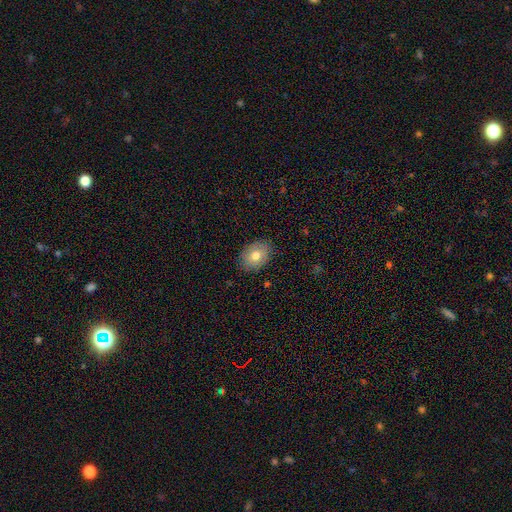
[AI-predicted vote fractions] The model was most divided on "how rounded": in between: 74%, round: 25%, cigar-shaped: 1%. More confident: merging — none (85%); smooth or featured — smooth (74%).